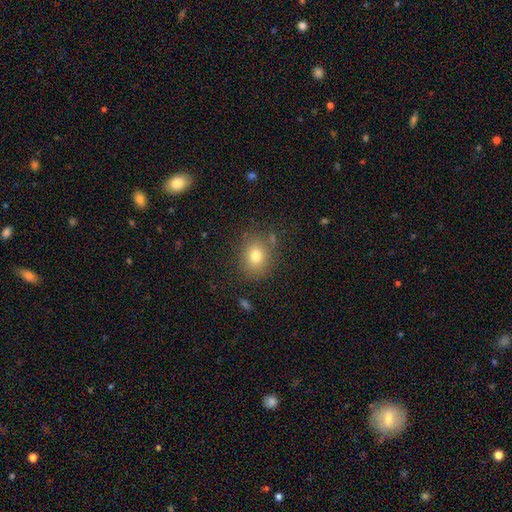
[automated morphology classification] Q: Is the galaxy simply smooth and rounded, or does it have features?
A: smooth — 76%.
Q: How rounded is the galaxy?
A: round — 58%.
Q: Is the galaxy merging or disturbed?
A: none — 80%.